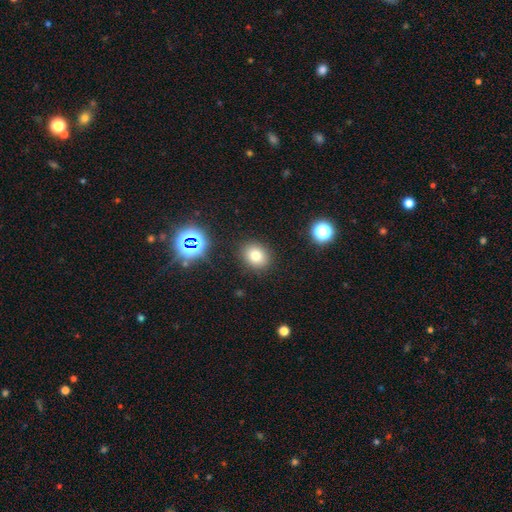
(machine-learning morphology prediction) A smooth galaxy with no disk features (75%) that is round (58%). Merging: none (88%).